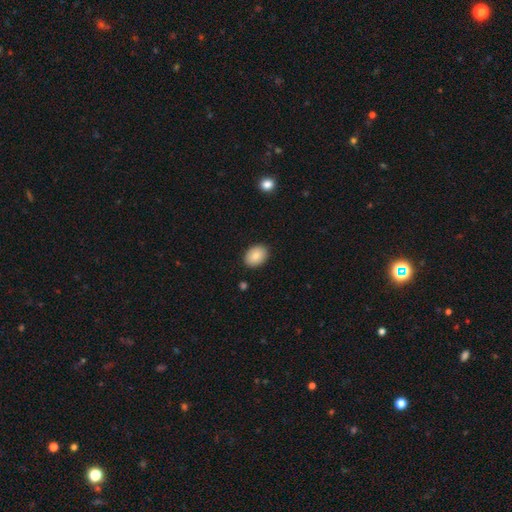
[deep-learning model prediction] Smooth or featured: smooth — 86% (star or artifact — 7%)
How rounded: in between — 69% (round — 30%)
Merging: none — 89% (minor disturbance — 8%)